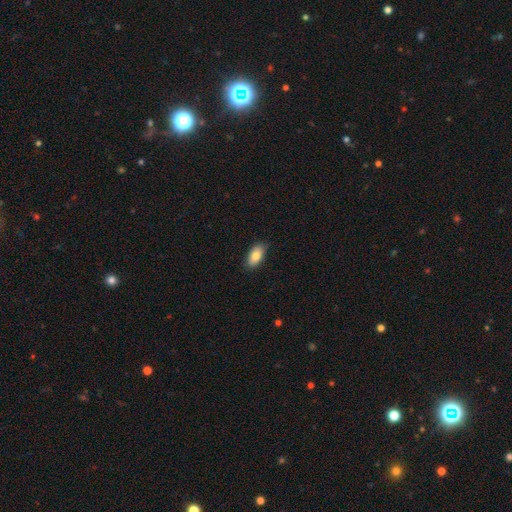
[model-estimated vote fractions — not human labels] Morphology: type=smooth (83%); roundness=in between (91%); merging=none (85%).